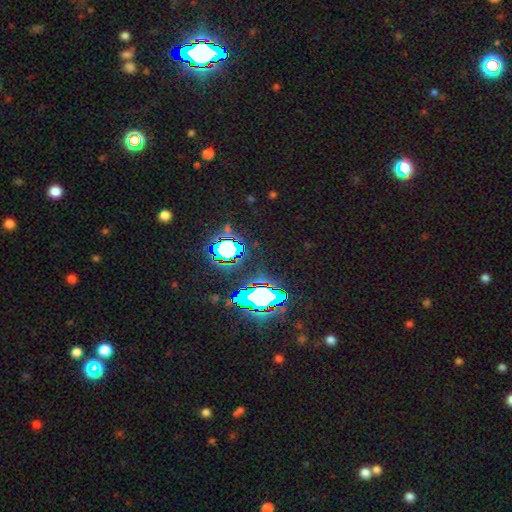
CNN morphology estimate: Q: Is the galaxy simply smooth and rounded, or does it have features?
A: star or artifact — 82%.